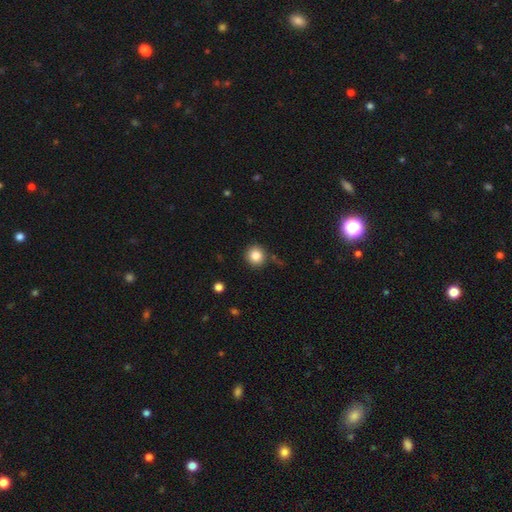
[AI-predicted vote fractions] Smooth or featured? Predicted: smooth (p=0.84). How rounded? Predicted: round (p=0.92). Merging? Predicted: none (p=0.85).